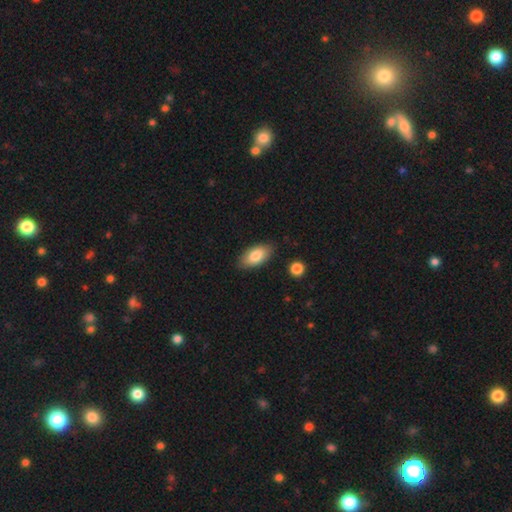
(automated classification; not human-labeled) A smooth galaxy with no disk features (81%) that is in between round and cigar-shaped (91%). Merging: none (84%).